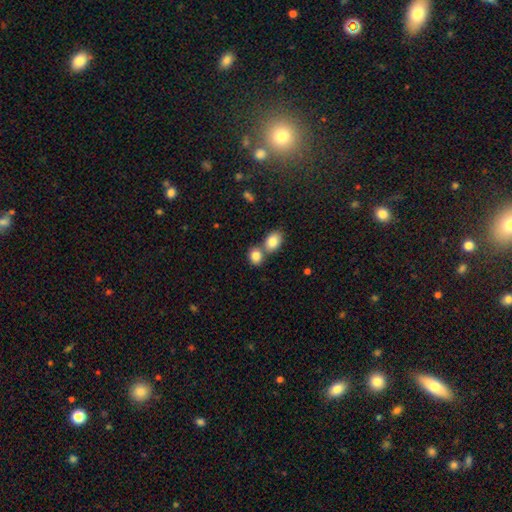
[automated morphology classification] A smooth galaxy with no disk features (84%) that is in between round and cigar-shaped (54%).

Vote fractions:
- Smooth or featured? smooth: 84% / star or artifact: 9% / featured or disk: 7%
- How rounded? in between: 54% / round: 45% / cigar-shaped: 1%
- Merging? merger: 49% / none: 41% / minor disturbance: 7% / major disturbance: 3%